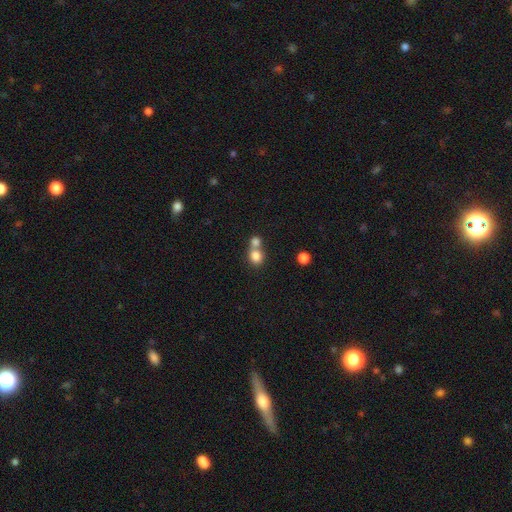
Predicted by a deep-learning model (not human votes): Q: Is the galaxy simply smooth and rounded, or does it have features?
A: smooth — 81%.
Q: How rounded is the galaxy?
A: round — 78%.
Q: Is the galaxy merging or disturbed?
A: merger — 52%.